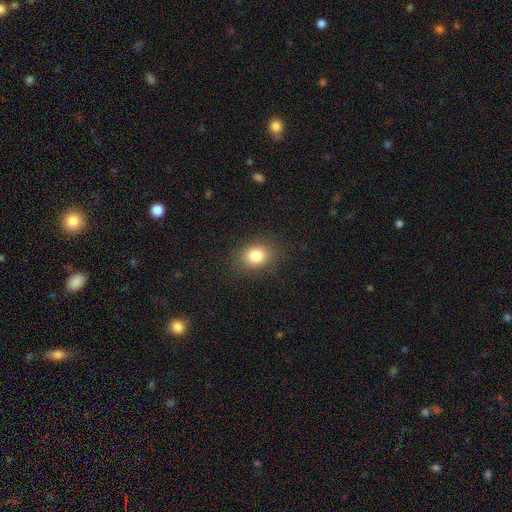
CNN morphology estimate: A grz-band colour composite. It shows a smooth galaxy with no disk features (82%) that is in between round and cigar-shaped (53%). Merging: none (85%).